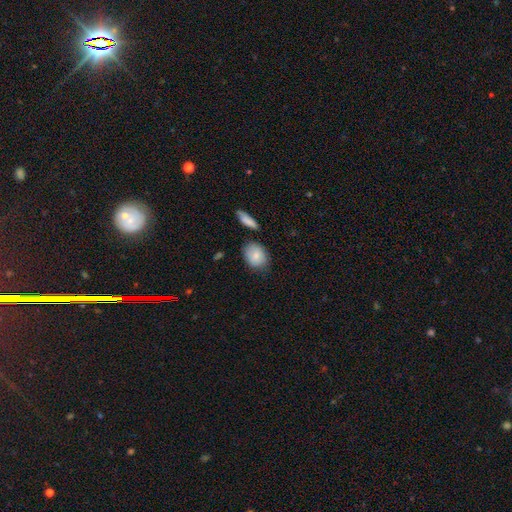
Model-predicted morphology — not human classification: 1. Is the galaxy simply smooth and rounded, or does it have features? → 82% smooth, 11% featured or disk, 7% star or artifact.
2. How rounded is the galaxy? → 56% in between, 43% round, 2% cigar-shaped.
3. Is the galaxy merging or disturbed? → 71% none, 19% minor disturbance, 5% merger, 4% major disturbance.